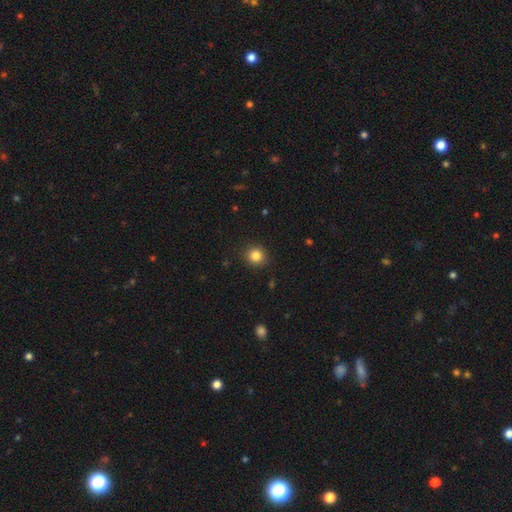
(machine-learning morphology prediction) A smooth galaxy with no disk features (84%) that is round (89%).

Vote fractions:
- Smooth or featured? smooth: 84% / star or artifact: 11% / featured or disk: 5%
- How rounded? round: 89% / in between: 10% / cigar-shaped: 1%
- Merging? none: 90% / minor disturbance: 7% / major disturbance: 2% / merger: 1%